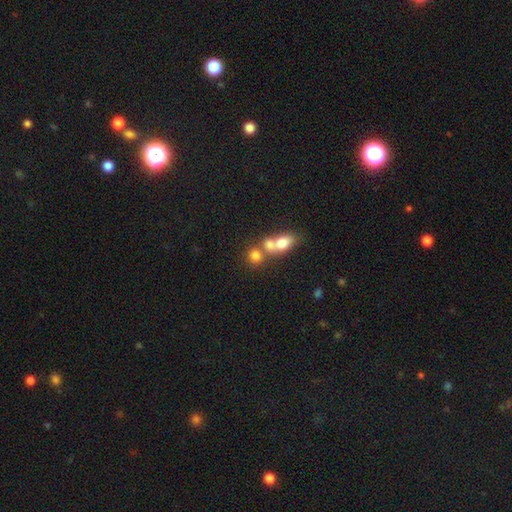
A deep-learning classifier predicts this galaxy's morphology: Smooth or featured? smooth (75%)
How rounded? round (70%)
Merging? merger (51%)